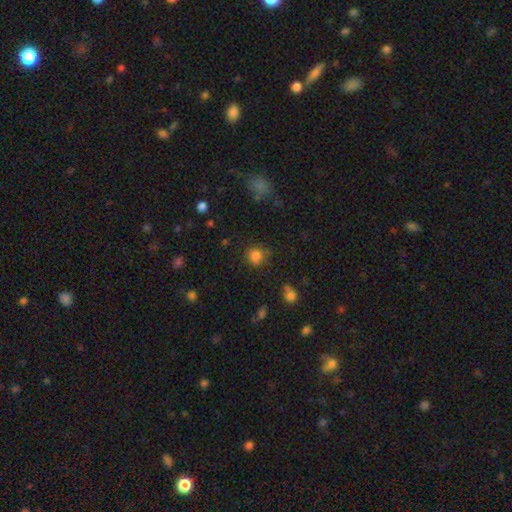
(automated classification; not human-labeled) smooth-or-featured: smooth: 81% | star or artifact: 14% | featured or disk: 5%
  how-rounded: round: 87% | in between: 12% | cigar-shaped: 1%
  merging: none: 78% | minor disturbance: 13% | merger: 5% | major disturbance: 4%